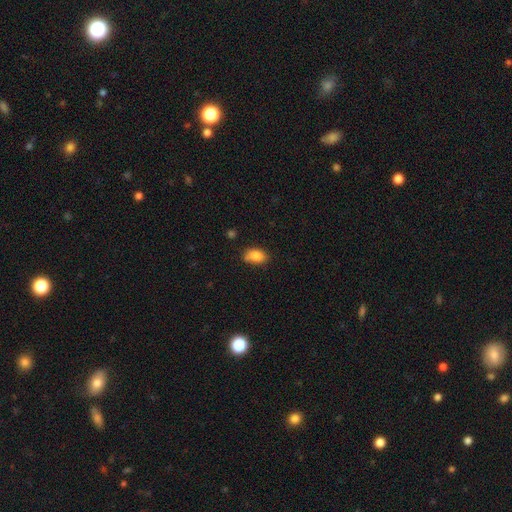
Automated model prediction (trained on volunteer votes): Smooth or featured: smooth — 85% (star or artifact — 8%)
How rounded: in between — 88% (round — 10%)
Merging: none — 68% (minor disturbance — 23%)